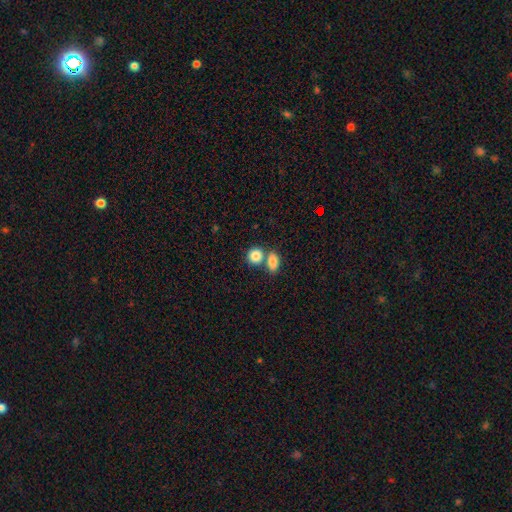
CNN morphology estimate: smooth_or_featured: smooth (p=0.85) [alt: star or artifact p=0.08]
how_rounded: round (p=0.70) [alt: in between p=0.29]
merging: none (p=0.47) [alt: merger p=0.42]